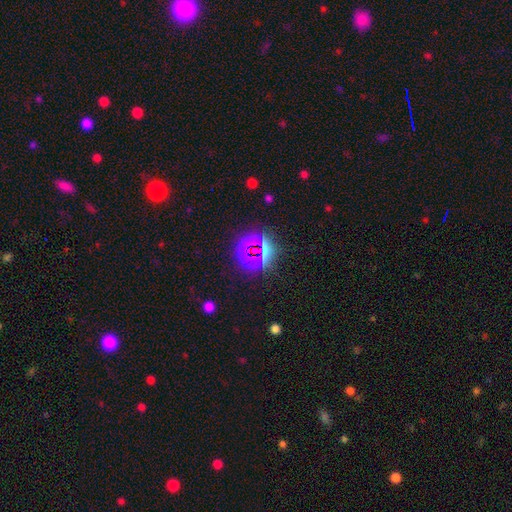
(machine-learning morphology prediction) Smooth or featured? star or artifact (73%)